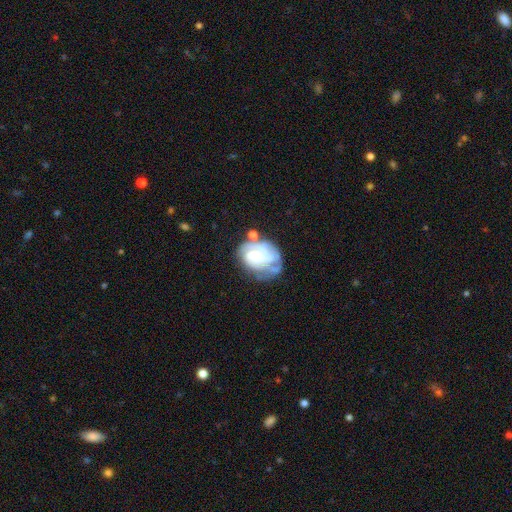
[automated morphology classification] This is likely a featured or disk galaxy (72%). It is clearly not viewed edge-on (97%). Bar: possibly no (57%). Spiral arm pattern: likely yes (77%). Spiral arm count: marginally can't tell (44%). Spiral winding: possibly tight (56%). Central bulge: possibly moderate (50%). Merging: marginally none (37%).